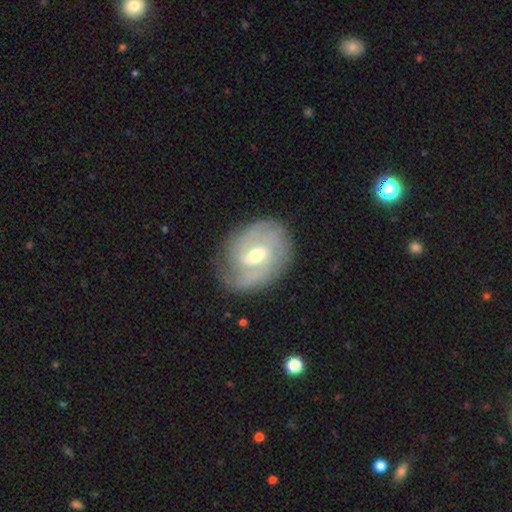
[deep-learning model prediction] This appears to be a featured or disk galaxy (83%) with a weak bar (55%), 2 (46%) tight (57%) spiral arms (93%) and a moderate central bulge (56%). Merging: none (78%).